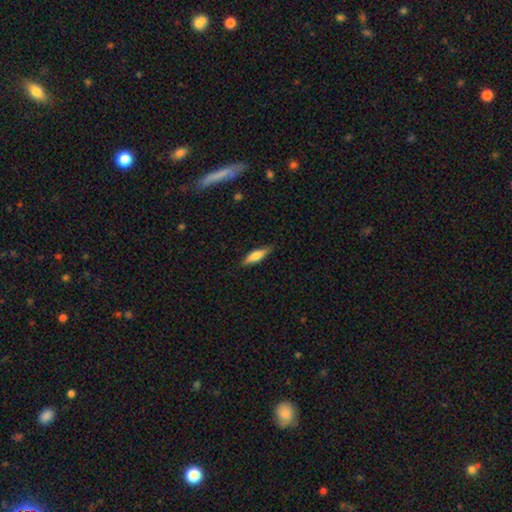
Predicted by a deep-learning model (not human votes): Overall: smooth (68%). How rounded: cigar-shaped (56%; in between 42%). Merging: none (82%).